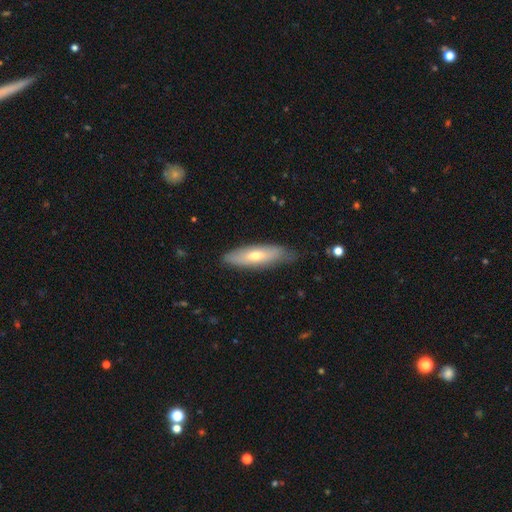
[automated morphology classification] This appears to be a smooth galaxy with no disk features (57%) that is cigar-shaped (54%). Merging: none (75%).